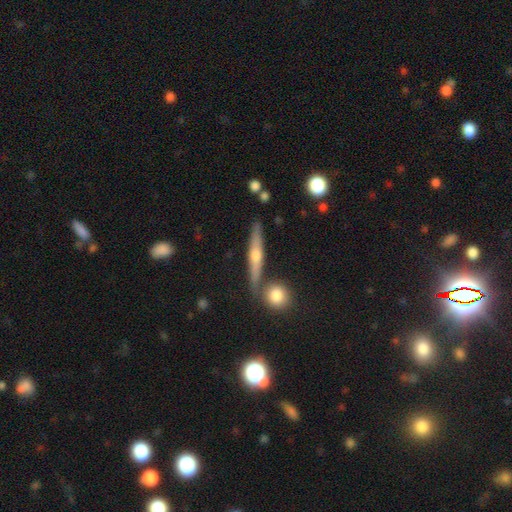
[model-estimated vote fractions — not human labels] smooth_or_featured: featured or disk (p=0.73) [alt: smooth p=0.19]
disk_edge_on: yes (p=0.96) [alt: no p=0.04]
edge_on_bulge: rounded (p=0.88) [alt: none p=0.07]
merging: none (p=0.81) [alt: minor disturbance p=0.09]